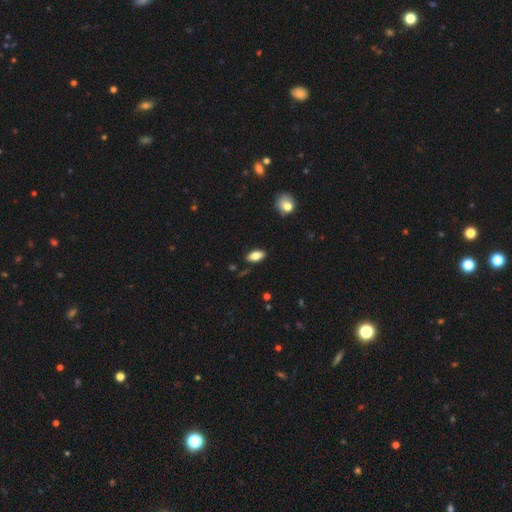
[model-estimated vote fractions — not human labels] The model was most divided on "smooth or featured": smooth: 80%, featured or disk: 12%, star or artifact: 8%. More confident: how rounded — in between (90%); merging — none (86%).